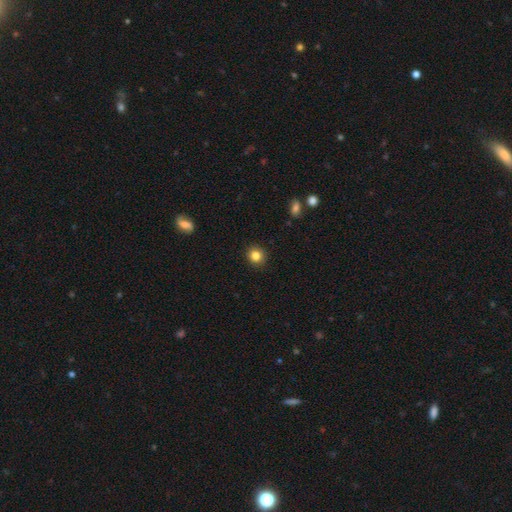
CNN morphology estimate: Smooth or featured: smooth — 84% (star or artifact — 11%)
How rounded: round — 89% (in between — 10%)
Merging: none — 91% (minor disturbance — 6%)